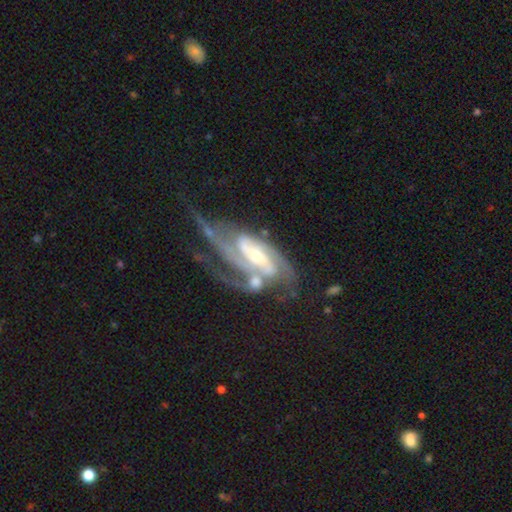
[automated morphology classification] smooth_or_featured: featured or disk (p=0.88) [alt: smooth p=0.07]
disk_edge_on: no (p=0.95) [alt: yes p=0.05]
bar: strong (p=0.38) [alt: weak p=0.35]
has_spiral_arms: yes (p=0.96) [alt: no p=0.04]
spiral_winding: medium (p=0.44) [alt: tight p=0.39]
spiral_arm_count: 2 (p=0.52) [alt: 3 p=0.19]
bulge_size: small (p=0.50) [alt: moderate p=0.42]
merging: none (p=0.32) [alt: major disturbance p=0.31]